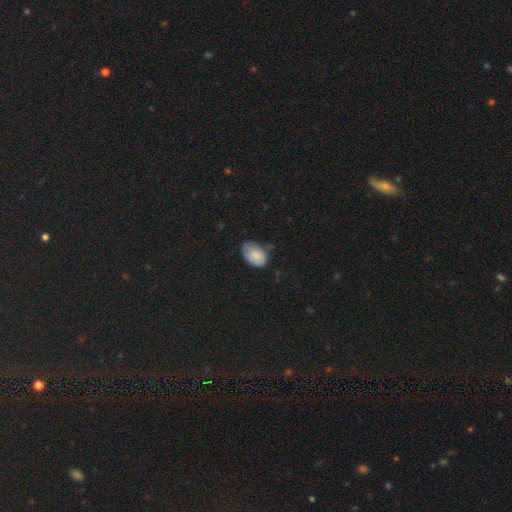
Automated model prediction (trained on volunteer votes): smooth 77%, featured or disk 15%, star or artifact 8%. Down the decision tree: how rounded — in between (88%); merging — none (46%).